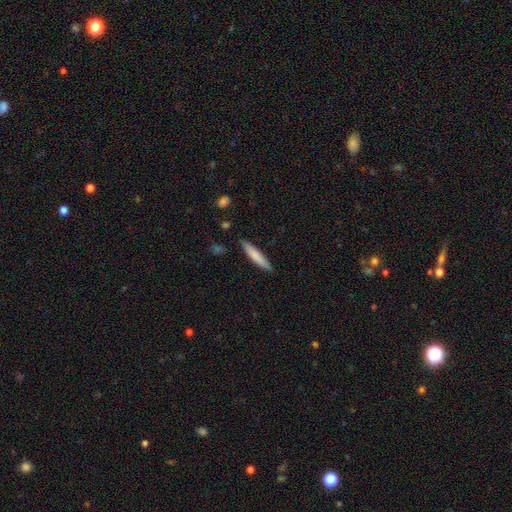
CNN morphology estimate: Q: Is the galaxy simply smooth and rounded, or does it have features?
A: smooth — 77%.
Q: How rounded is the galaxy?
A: cigar-shaped — 90%.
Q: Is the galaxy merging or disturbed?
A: none — 88%.